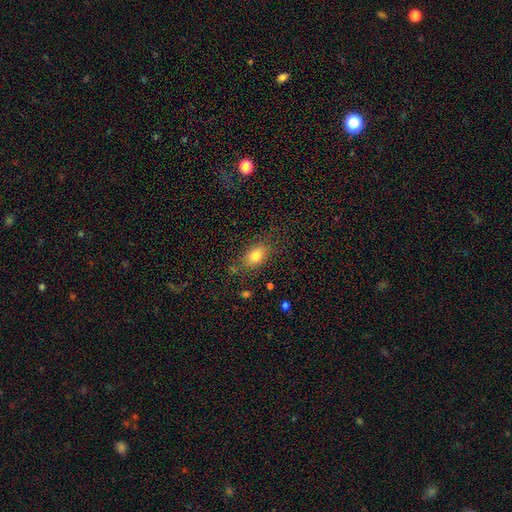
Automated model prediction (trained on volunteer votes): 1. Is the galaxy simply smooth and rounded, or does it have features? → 80% smooth, 10% star or artifact, 10% featured or disk.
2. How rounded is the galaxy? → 81% in between, 16% round, 3% cigar-shaped.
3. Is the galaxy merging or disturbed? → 78% none, 14% minor disturbance, 5% major disturbance, 3% merger.